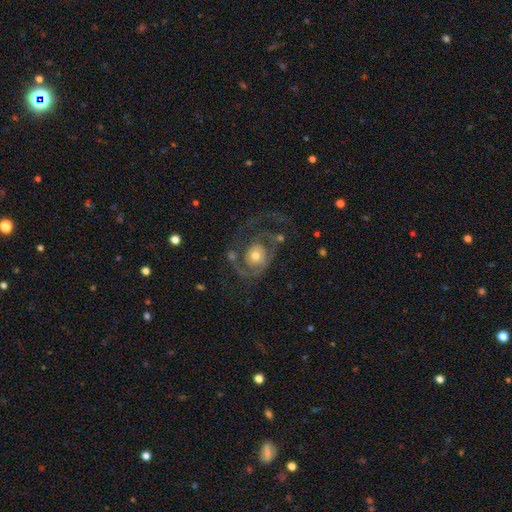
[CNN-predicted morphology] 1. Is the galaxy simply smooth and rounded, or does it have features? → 80% featured or disk, 14% smooth, 7% star or artifact.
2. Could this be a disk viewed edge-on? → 98% no, 2% yes.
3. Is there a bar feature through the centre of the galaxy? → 76% no, 20% weak, 4% strong.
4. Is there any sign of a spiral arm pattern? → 90% yes, 10% no.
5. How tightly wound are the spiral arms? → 47% medium, 27% loose, 26% tight.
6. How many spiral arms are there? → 56% 2, 13% 1, 12% can't tell, 12% 3, 4% 4, 3% more than 4.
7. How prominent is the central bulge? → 61% moderate, 28% small, 8% large, 2% dominant, 1% none.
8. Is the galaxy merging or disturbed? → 46% none, 33% major disturbance, 17% minor disturbance, 5% merger.